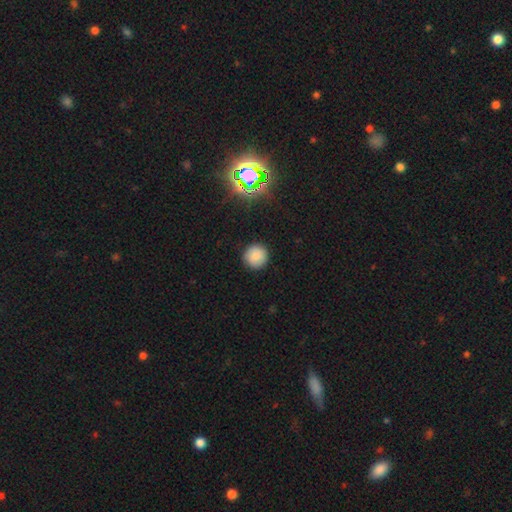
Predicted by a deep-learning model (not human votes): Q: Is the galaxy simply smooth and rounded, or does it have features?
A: smooth — 82%.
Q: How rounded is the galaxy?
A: round — 95%.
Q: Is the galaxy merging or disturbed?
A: none — 90%.